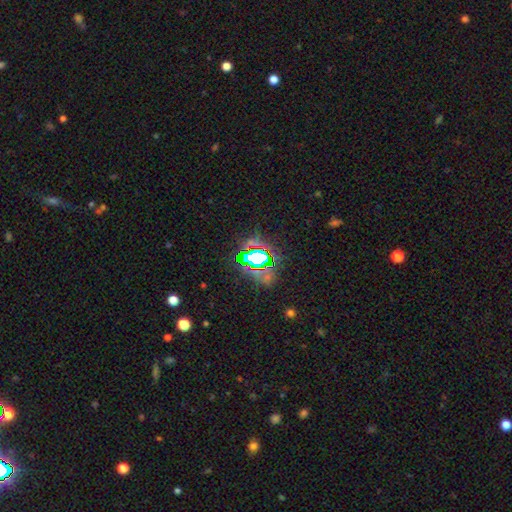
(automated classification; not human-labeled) The model was most divided on "smooth or featured": star or artifact: 76%, smooth: 16%, featured or disk: 9%.